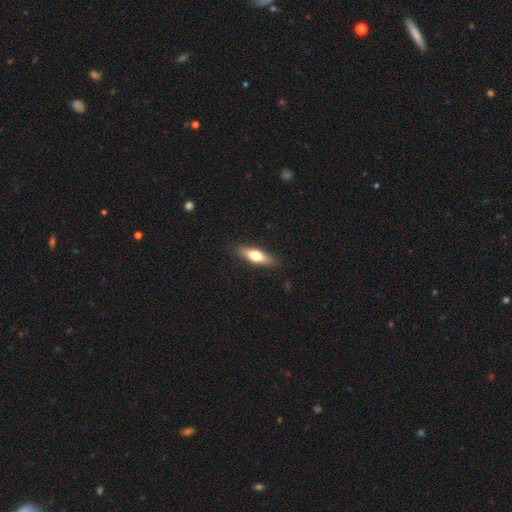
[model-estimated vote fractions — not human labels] A smooth galaxy with no disk features (62%) that is in between round and cigar-shaped (51%). Merging: none (87%).